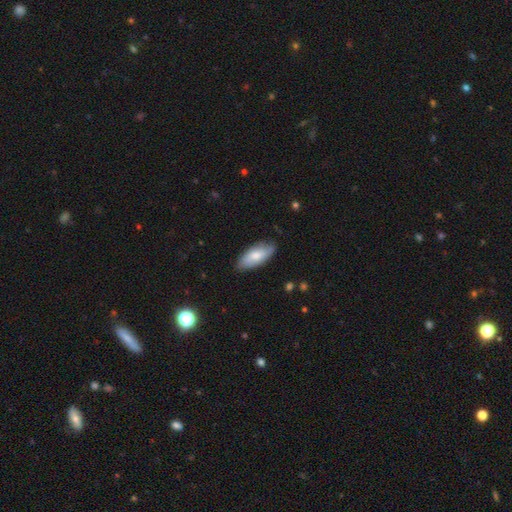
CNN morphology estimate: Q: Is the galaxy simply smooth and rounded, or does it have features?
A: smooth — 72%.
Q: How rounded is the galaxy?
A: in between — 86%.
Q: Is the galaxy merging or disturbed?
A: none — 80%.